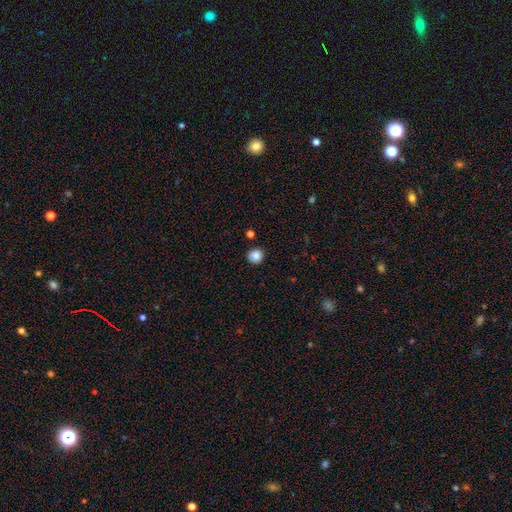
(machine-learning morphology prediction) type=smooth (86%); roundness=round (90%); merging=none (87%).